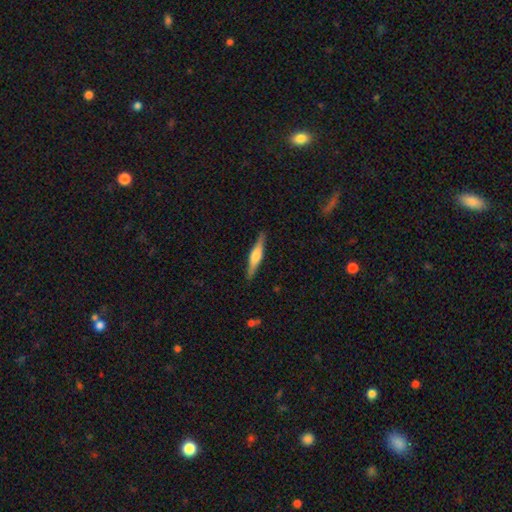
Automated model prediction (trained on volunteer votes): smooth-or-featured: featured or disk: 59% | smooth: 36% | star or artifact: 5%
  disk-edge-on: yes: 97% | no: 3%
    edge-on-bulge: rounded: 75% | boxy: 18% | none: 7%
  merging: none: 89% | minor disturbance: 8% | major disturbance: 2% | merger: 1%